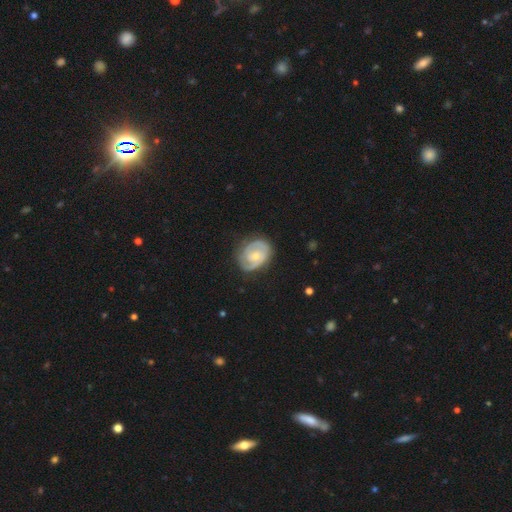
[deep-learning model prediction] Overall: featured or disk (81%). Edge-on disk: no (98%). Bar: no (59%; weak 34%). Spiral arms: yes (92%). Spiral arm count: 2 (79%). Spiral winding: tight (54%; medium 37%). Bulge size: small (54%; moderate 39%). Merging: none (77%).